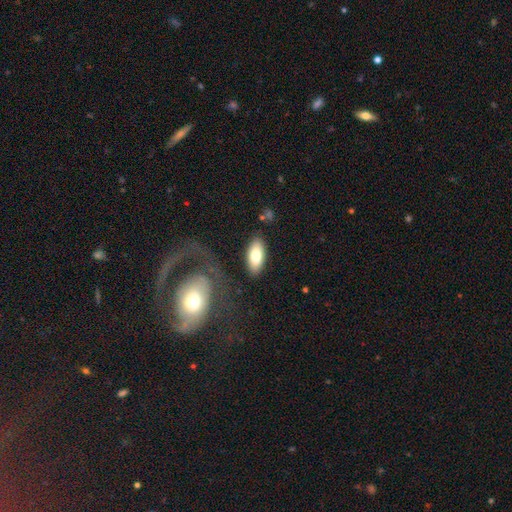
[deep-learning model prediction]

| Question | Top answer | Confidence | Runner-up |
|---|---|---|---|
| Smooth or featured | smooth | 77% | featured or disk (17%) |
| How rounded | in between | 88% | cigar-shaped (9%) |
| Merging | none | 80% | minor disturbance (11%) |